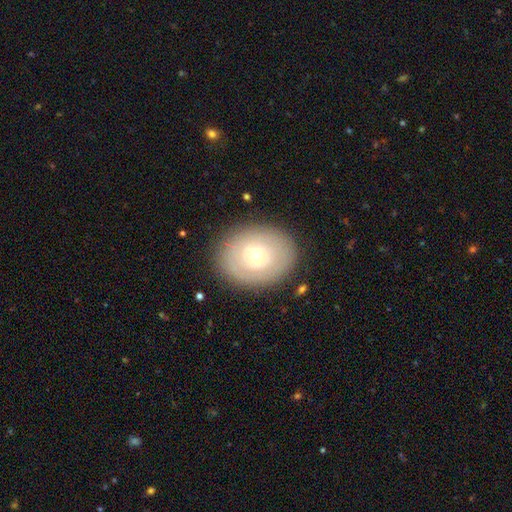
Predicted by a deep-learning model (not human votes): Morphology: type=featured or disk (49%); merging=none (85%).